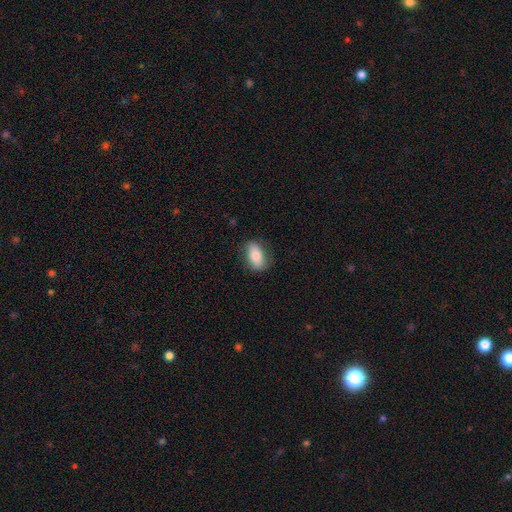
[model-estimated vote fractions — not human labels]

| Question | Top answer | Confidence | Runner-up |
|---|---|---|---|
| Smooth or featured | smooth | 77% | featured or disk (16%) |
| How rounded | in between | 87% | cigar-shaped (7%) |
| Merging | none | 80% | minor disturbance (15%) |